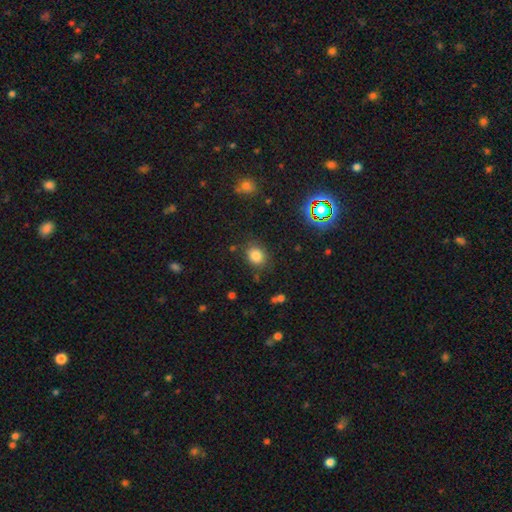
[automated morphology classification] smooth_or_featured: smooth (p=0.80) [alt: star or artifact p=0.14]
how_rounded: round (p=0.59) [alt: in between p=0.40]
merging: none (p=0.82) [alt: minor disturbance p=0.12]